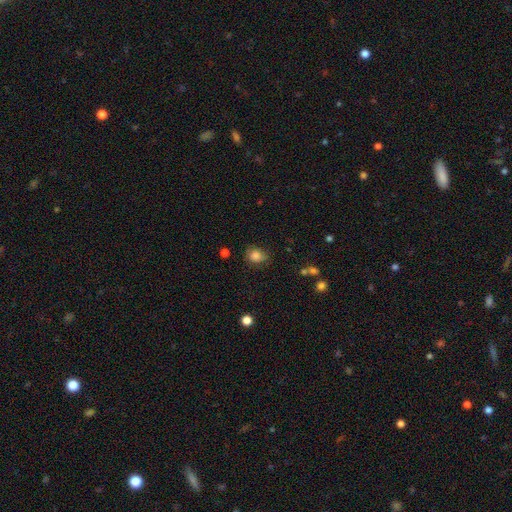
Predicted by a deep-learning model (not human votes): Q: Smooth or featured?
A: smooth (83%); runner-up: star or artifact (10%)
Q: How rounded?
A: round (62%); runner-up: in between (37%)
Q: Merging?
A: none (71%); runner-up: minor disturbance (22%)